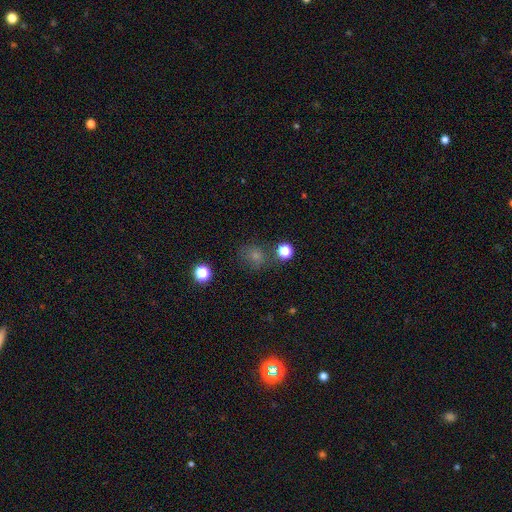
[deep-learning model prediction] A smooth galaxy with no disk features (70%) that is round (76%).

Vote fractions:
- Smooth or featured? smooth: 70% / star or artifact: 23% / featured or disk: 8%
- How rounded? round: 76% / in between: 23% / cigar-shaped: 1%
- Merging? none: 70% / minor disturbance: 16% / major disturbance: 7% / merger: 7%